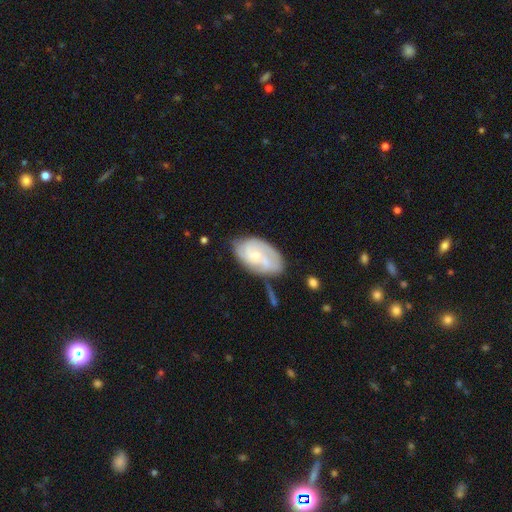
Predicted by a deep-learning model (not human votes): Overall: featured or disk (68%). Edge-on disk: no (96%). Bar: no (64%; weak 30%). Spiral arms: yes (86%). Spiral arm count: 2 (40%; can't tell 32%). Spiral winding: tight (47%; medium 38%). Bulge size: small (66%; moderate 29%). Merging: none (56%; minor disturbance 25%).